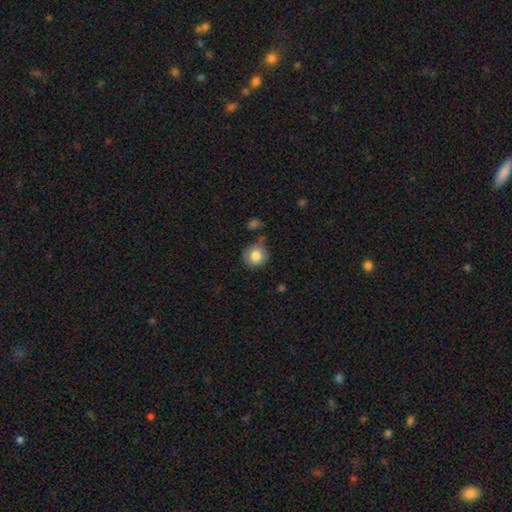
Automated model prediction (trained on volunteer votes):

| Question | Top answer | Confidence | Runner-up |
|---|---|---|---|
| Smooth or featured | smooth | 82% | featured or disk (9%) |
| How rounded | round | 88% | in between (11%) |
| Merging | none | 69% | minor disturbance (20%) |